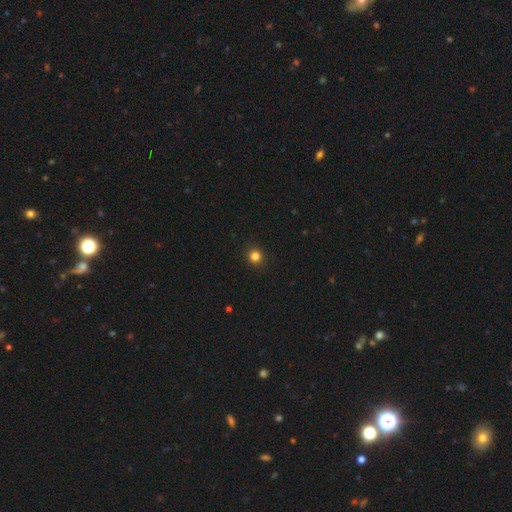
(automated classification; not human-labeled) Morphology: type=smooth (82%); roundness=round (92%); merging=none (92%).